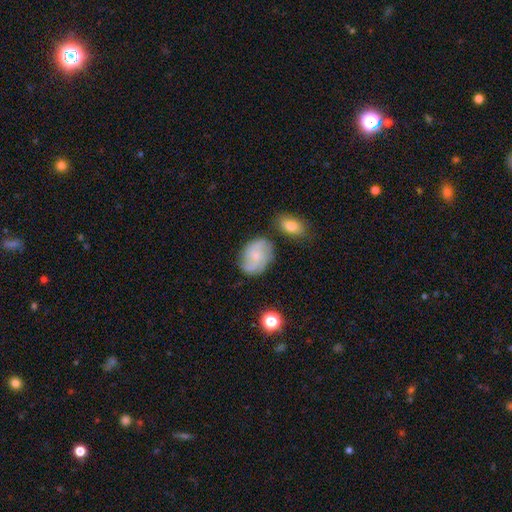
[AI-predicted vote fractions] The model was most divided on "spiral arm count": 2: 33%, 3: 29%, can't tell: 21%, 4: 7%, 1: 5%, more than 4: 5%. Remaining: edge-on disk — no (98%); spiral arms — yes (92%); merging — none (71%); bar — no (68%); smooth or featured — featured or disk (65%); bulge size — small (65%); spiral winding — medium (45%).